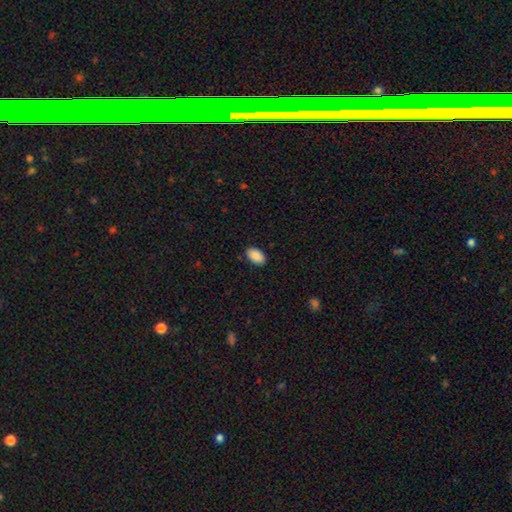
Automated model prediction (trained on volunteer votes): Overall: smooth (90%). How rounded: in between (94%). Merging: none (88%).